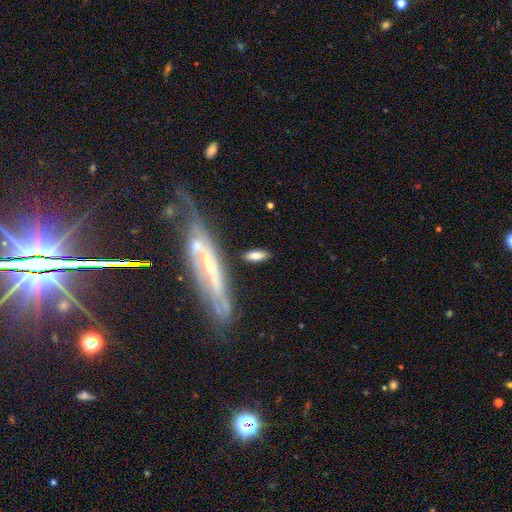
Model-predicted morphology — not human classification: Smooth or featured: smooth — 71% (featured or disk — 23%)
How rounded: in between — 62% (cigar-shaped — 35%)
Merging: none — 79% (minor disturbance — 12%)